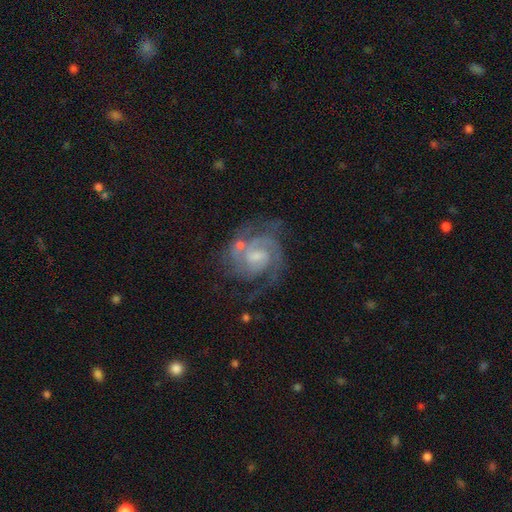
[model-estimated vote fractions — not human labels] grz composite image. It shows a featured or disk galaxy (90%) with a weak bar (53%), 2 (69%) tight (55%) spiral arms (98%) and a small central bulge (52%). Merging: none (66%).